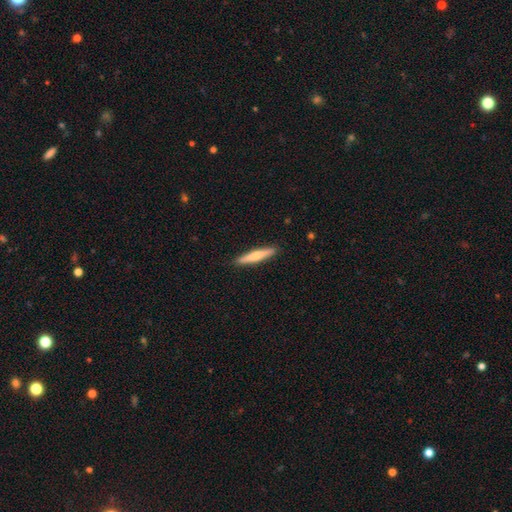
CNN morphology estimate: The model was most divided on "smooth or featured": smooth: 58%, featured or disk: 37%, star or artifact: 5%. More confident: how rounded — cigar-shaped (92%); merging — none (91%).